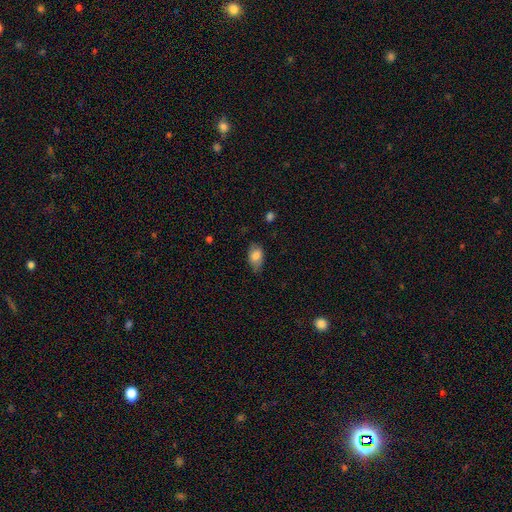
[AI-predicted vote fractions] Overall: smooth (80%). How rounded: in between (89%). Merging: none (67%).